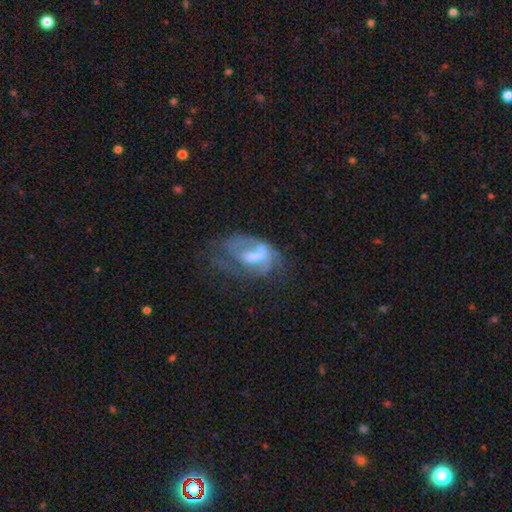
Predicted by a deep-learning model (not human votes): A featured or disk galaxy (61%) with a weak bar (44%), no spiral arms (51%) and a moderate central bulge (43%). Merging: major disturbance (40%).